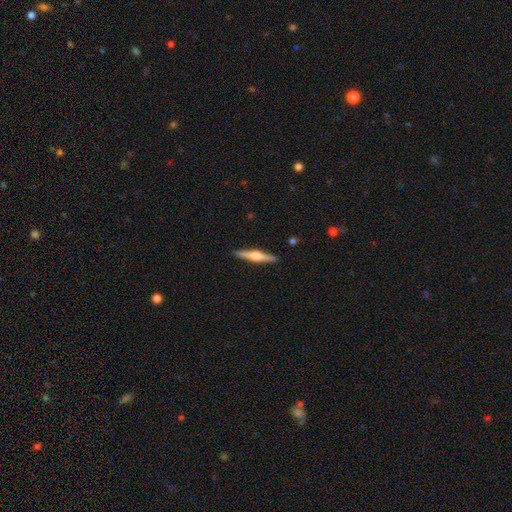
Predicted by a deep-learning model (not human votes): Overall: featured or disk (70%). Edge-on disk: yes (98%). Edge-on bulge: rounded (93%). Merging: none (91%).